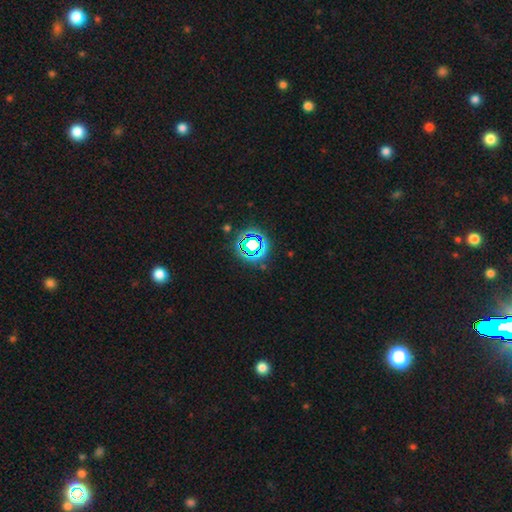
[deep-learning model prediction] The model was most divided on "smooth or featured": star or artifact: 73%, smooth: 20%, featured or disk: 7%.